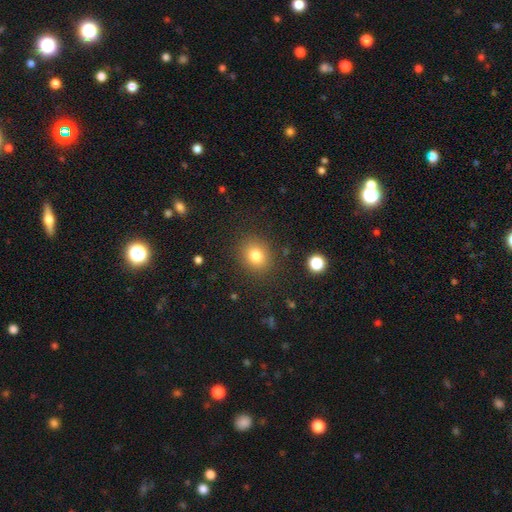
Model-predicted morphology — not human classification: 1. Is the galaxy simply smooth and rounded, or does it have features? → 80% smooth, 12% star or artifact, 8% featured or disk.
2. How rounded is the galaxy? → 69% round, 30% in between, 1% cigar-shaped.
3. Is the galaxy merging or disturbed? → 86% none, 8% minor disturbance, 3% major disturbance, 2% merger.